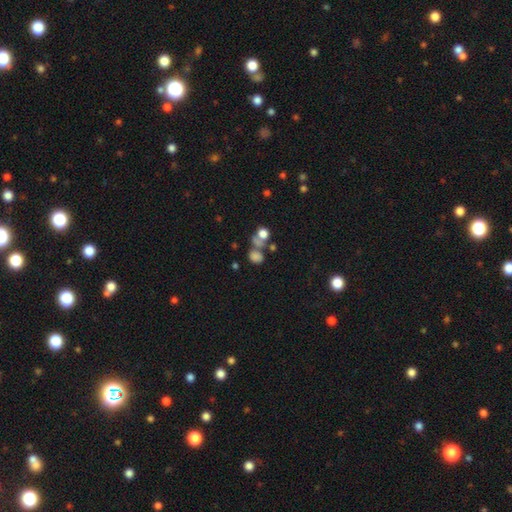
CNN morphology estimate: Smooth or featured? smooth (69%)
How rounded? round (51%)
Merging? merger (38%)